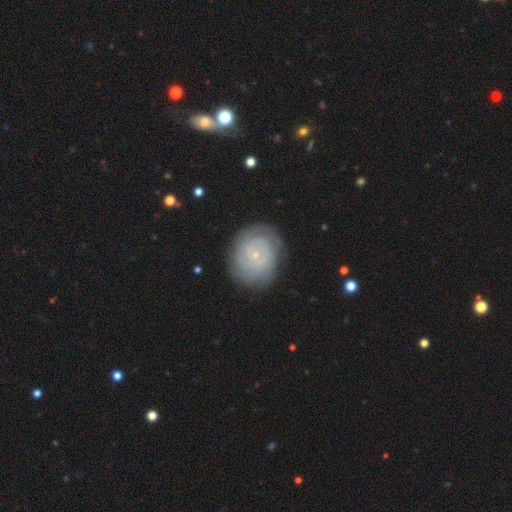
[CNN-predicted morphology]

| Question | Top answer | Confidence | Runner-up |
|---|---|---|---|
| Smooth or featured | featured or disk | 66% | smooth (26%) |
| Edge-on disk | no | 97% | yes (3%) |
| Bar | no | 83% | weak (14%) |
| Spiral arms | yes | 83% | no (17%) |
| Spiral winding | tight | 78% | medium (17%) |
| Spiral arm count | can't tell | 50% | 2 (20%) |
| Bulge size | small | 89% | moderate (7%) |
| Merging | none | 78% | minor disturbance (15%) |